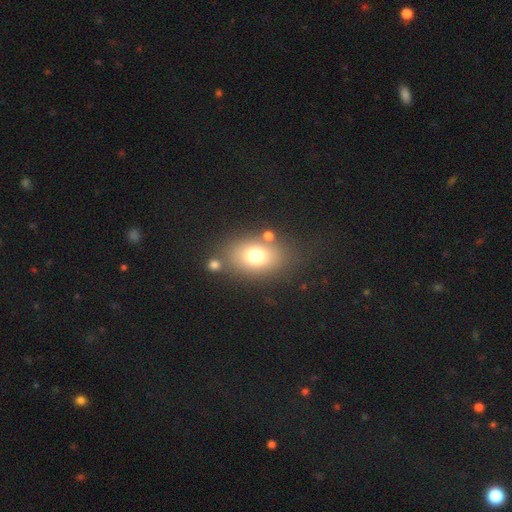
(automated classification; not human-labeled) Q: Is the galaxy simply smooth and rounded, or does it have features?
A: smooth — 73%.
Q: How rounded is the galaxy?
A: in between — 72%.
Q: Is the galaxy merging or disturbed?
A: none — 71%.